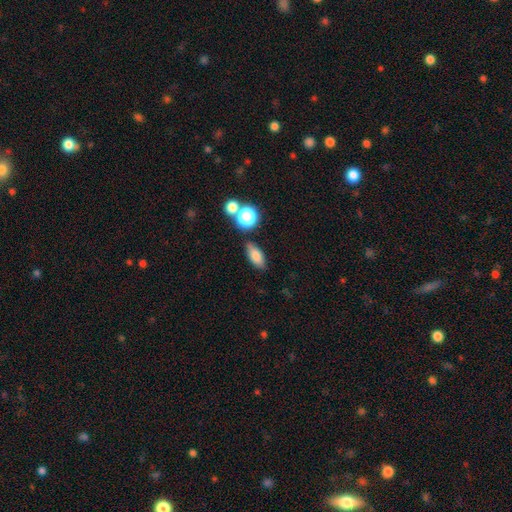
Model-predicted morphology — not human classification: Q: Smooth or featured?
A: smooth (78%); runner-up: star or artifact (11%)
Q: How rounded?
A: in between (80%); runner-up: cigar-shaped (11%)
Q: Merging?
A: none (78%); runner-up: minor disturbance (12%)